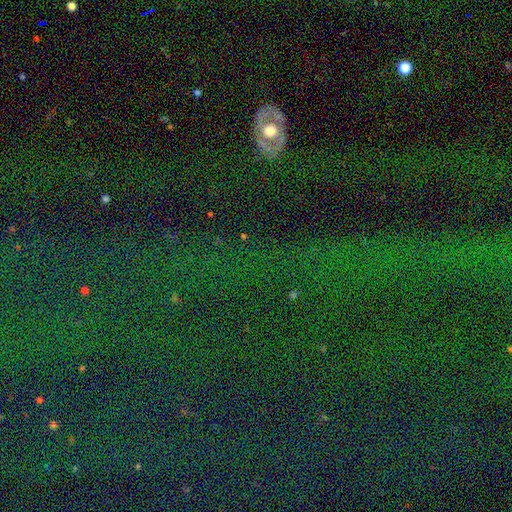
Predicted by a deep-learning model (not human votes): Smooth or featured? Predicted: star or artifact (p=0.64).